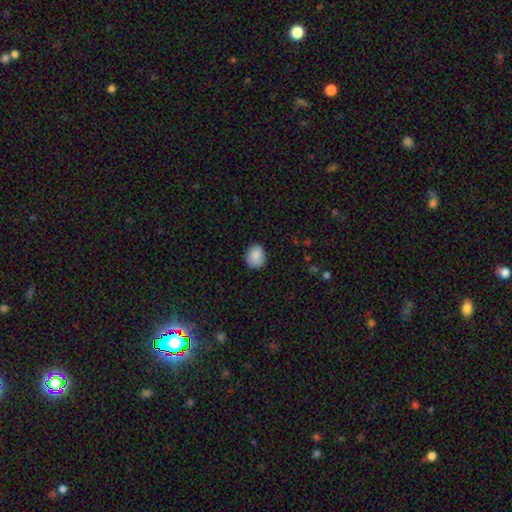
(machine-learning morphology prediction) smooth-or-featured: smooth: 88% | star or artifact: 8% | featured or disk: 4%
  how-rounded: round: 62% | in between: 37% | cigar-shaped: 1%
  merging: none: 81% | minor disturbance: 15% | major disturbance: 3% | merger: 1%